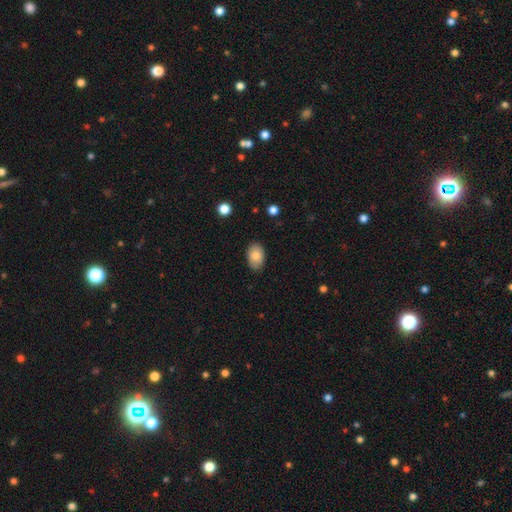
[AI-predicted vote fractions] A smooth galaxy with no disk features (85%) that is in between round and cigar-shaped (89%). Merging: none (85%).